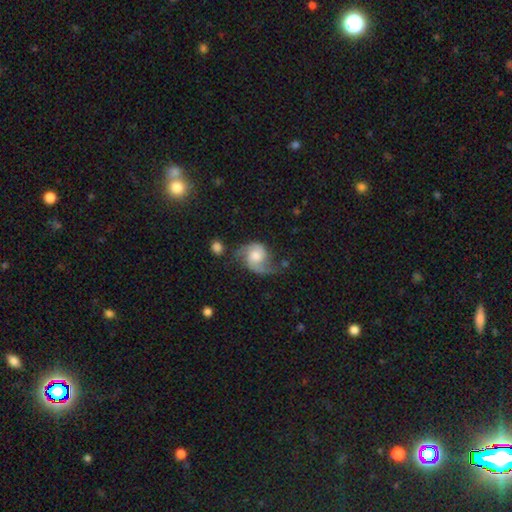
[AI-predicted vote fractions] A featured or disk galaxy (79%) with no bar (65%), 2 (85%) medium (46%) spiral arms (95%) and a moderate central bulge (47%). Merging: none (50%).